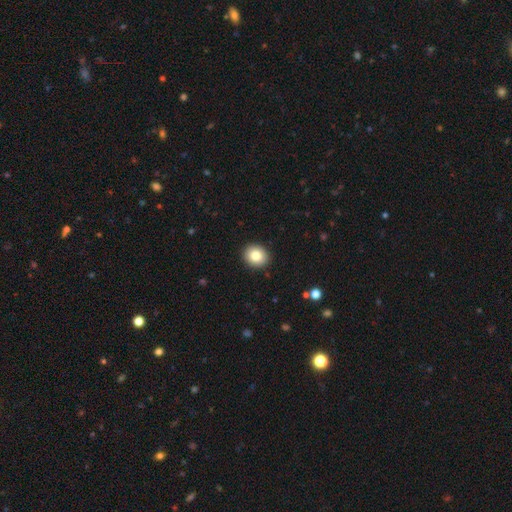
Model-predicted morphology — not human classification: smooth 82%, star or artifact 9%, featured or disk 8%. Down the decision tree: how rounded — round (77%); merging — none (92%).